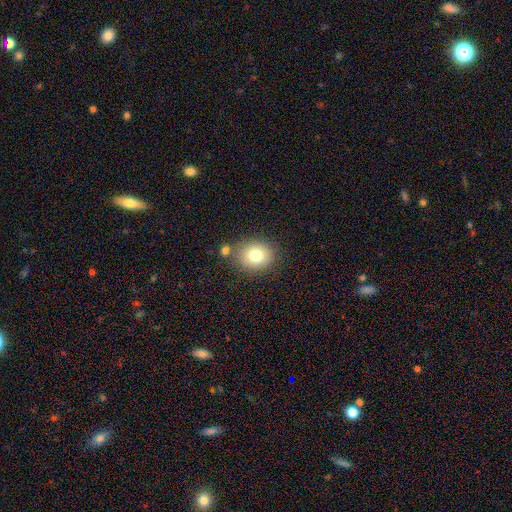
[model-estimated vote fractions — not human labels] A smooth galaxy with no disk features (79%) that is round (60%).

Vote fractions:
- Smooth or featured? smooth: 79% / featured or disk: 11% / star or artifact: 11%
- How rounded? round: 60% / in between: 39% / cigar-shaped: 1%
- Merging? none: 74% / minor disturbance: 12% / merger: 10% / major disturbance: 4%